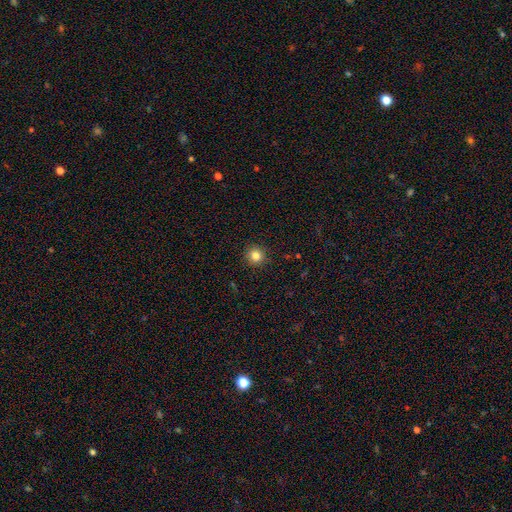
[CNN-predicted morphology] Q: Smooth or featured?
A: smooth (83%); runner-up: star or artifact (12%)
Q: How rounded?
A: round (94%); runner-up: in between (6%)
Q: Merging?
A: none (91%); runner-up: minor disturbance (6%)